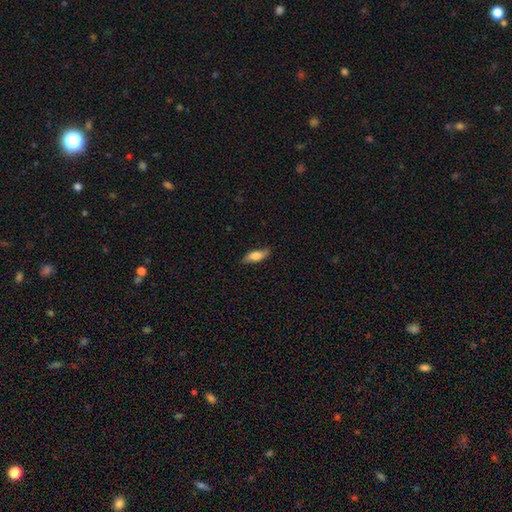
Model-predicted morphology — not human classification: smooth-or-featured: smooth: 69% | featured or disk: 24% | star or artifact: 7%
  how-rounded: in between: 66% | cigar-shaped: 31% | round: 3%
  merging: none: 78% | minor disturbance: 17% | major disturbance: 3% | merger: 1%